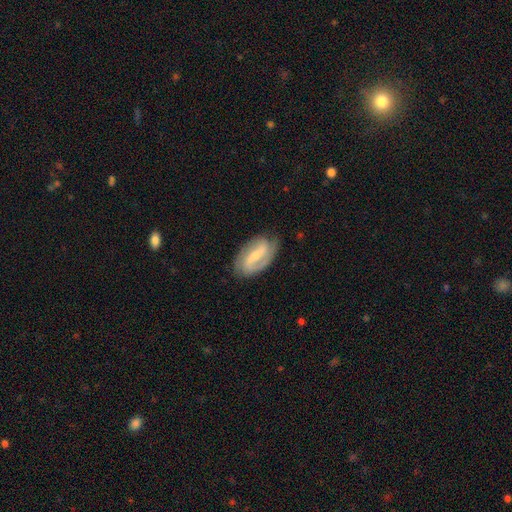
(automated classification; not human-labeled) The model was most divided on "bar": strong: 45%, weak: 39%, no: 17%. Remaining: edge-on disk — no (95%); spiral arms — yes (91%); spiral arm count — 2 (81%); smooth or featured — featured or disk (78%); merging — none (76%); bulge size — small (61%); spiral winding — medium (43%).